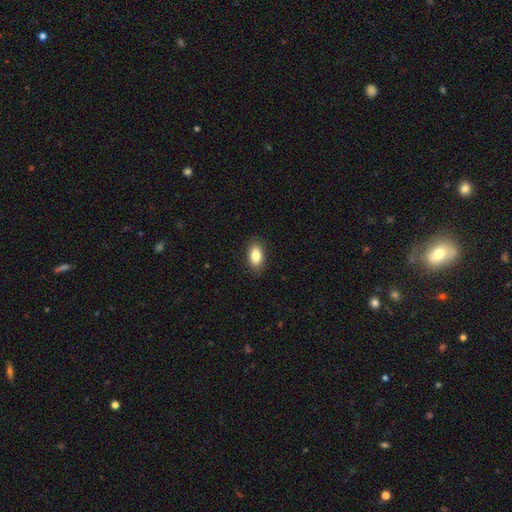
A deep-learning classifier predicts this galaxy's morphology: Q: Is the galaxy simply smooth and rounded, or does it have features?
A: smooth — 84%.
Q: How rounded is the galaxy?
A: in between — 91%.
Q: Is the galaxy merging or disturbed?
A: none — 88%.